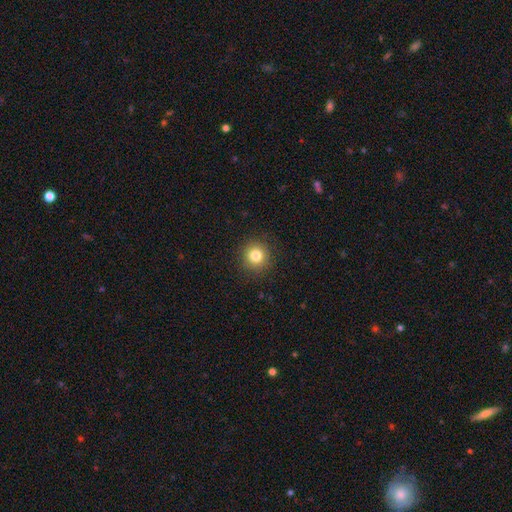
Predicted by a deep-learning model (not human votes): Smooth or featured? Predicted: smooth (p=0.82). How rounded? Predicted: round (p=0.93). Merging? Predicted: none (p=0.91).